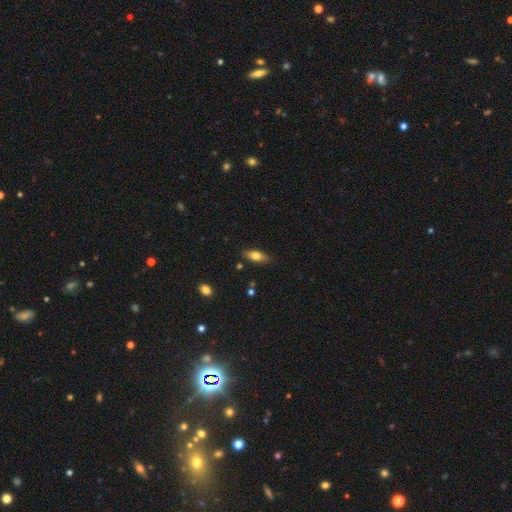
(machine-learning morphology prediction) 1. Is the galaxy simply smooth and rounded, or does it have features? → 71% smooth, 22% featured or disk, 7% star or artifact.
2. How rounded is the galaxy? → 74% in between, 23% cigar-shaped, 3% round.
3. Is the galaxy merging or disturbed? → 84% none, 12% minor disturbance, 2% major disturbance, 2% merger.